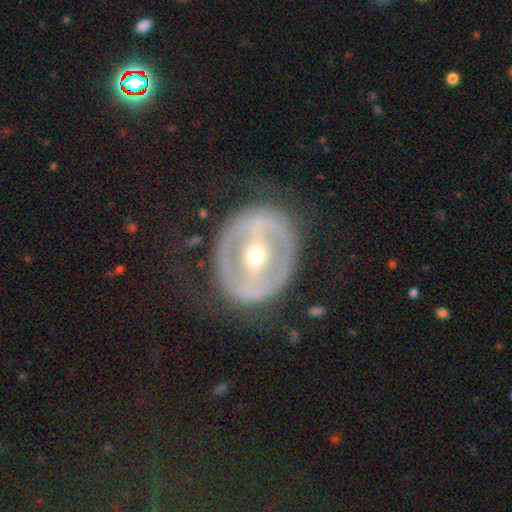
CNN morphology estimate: Smooth or featured? Predicted: featured or disk (p=0.76). Edge-on disk? Predicted: no (p=0.94). Bar? Predicted: strong (p=0.57). Spiral arms? Predicted: no (p=0.71). Bulge size? Predicted: moderate (p=0.49). Merging? Predicted: none (p=0.77).